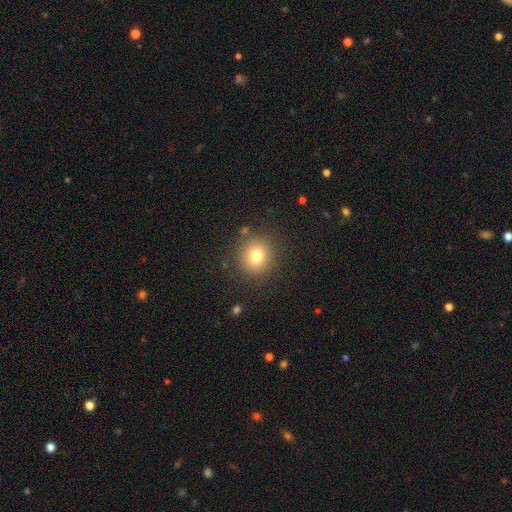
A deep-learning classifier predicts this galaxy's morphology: Q: Smooth or featured?
A: smooth (78%); runner-up: star or artifact (13%)
Q: How rounded?
A: round (88%); runner-up: in between (12%)
Q: Merging?
A: none (86%); runner-up: minor disturbance (8%)